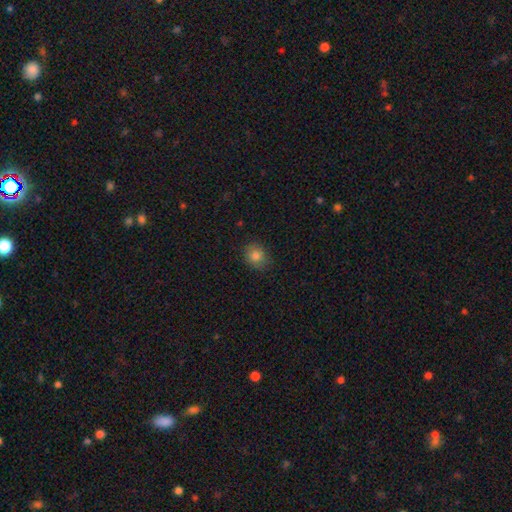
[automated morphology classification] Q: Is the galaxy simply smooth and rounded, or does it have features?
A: smooth — 82%.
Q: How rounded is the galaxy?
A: round — 68%.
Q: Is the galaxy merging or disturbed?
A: none — 85%.